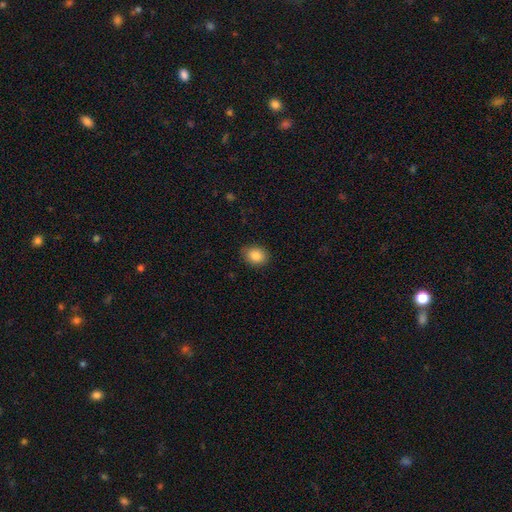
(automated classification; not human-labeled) Smooth or featured? Predicted: smooth (p=0.85). How rounded? Predicted: in between (p=0.57). Merging? Predicted: none (p=0.83).